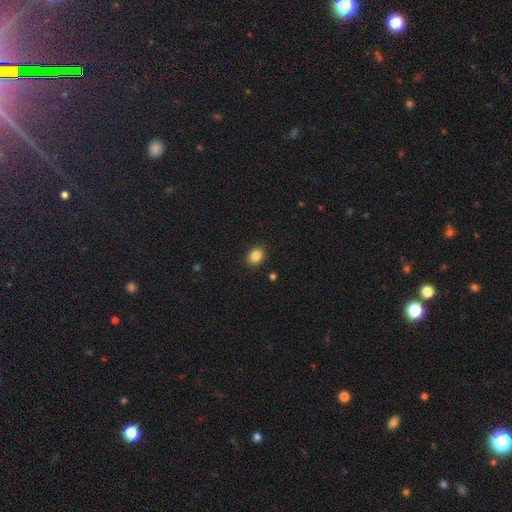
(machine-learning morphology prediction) The model was most divided on "how rounded": in between: 52%, round: 47%, cigar-shaped: 1%. More confident: merging — none (90%); smooth or featured — smooth (86%).